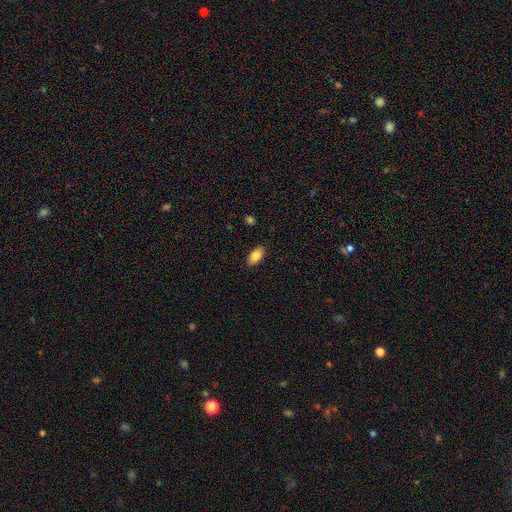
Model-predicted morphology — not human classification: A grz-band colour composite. It shows a smooth galaxy with no disk features (86%) that is in between round and cigar-shaped (93%). Merging: none (88%).